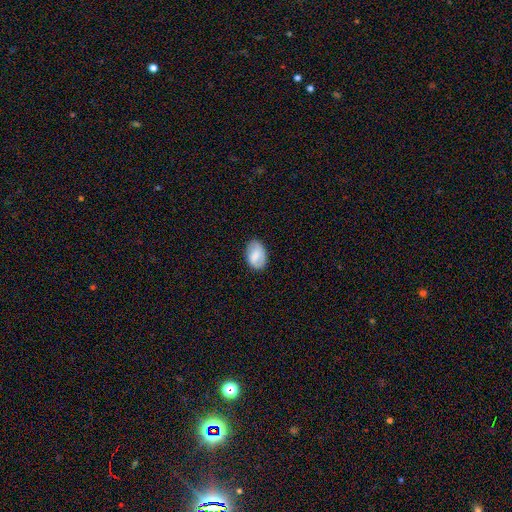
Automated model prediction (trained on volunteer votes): Smooth or featured?
  - smooth: 75% *
  - featured or disk: 18%
  - star or artifact: 7%
How rounded?
  - in between: 88% *
  - round: 10%
  - cigar-shaped: 1%
Merging?
  - none: 78% *
  - minor disturbance: 17%
  - major disturbance: 4%
  - merger: 1%